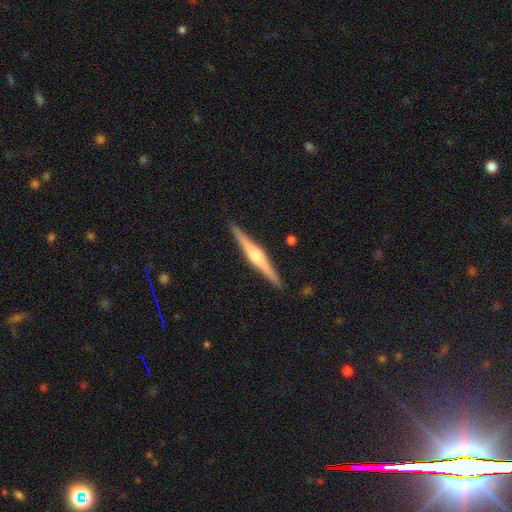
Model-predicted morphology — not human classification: This is likely a featured or disk galaxy (77%). It is clearly viewed edge-on (98%). Edge-on bulge: clearly rounded (80%). Merging: clearly none (92%).